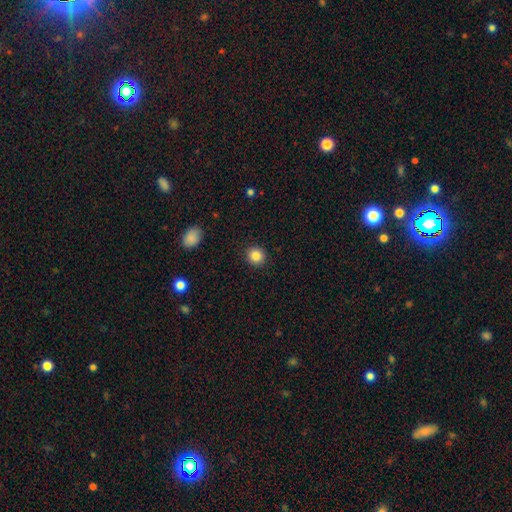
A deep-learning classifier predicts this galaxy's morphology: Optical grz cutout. It shows a smooth galaxy with no disk features (85%) that is round (89%). Merging: none (92%).